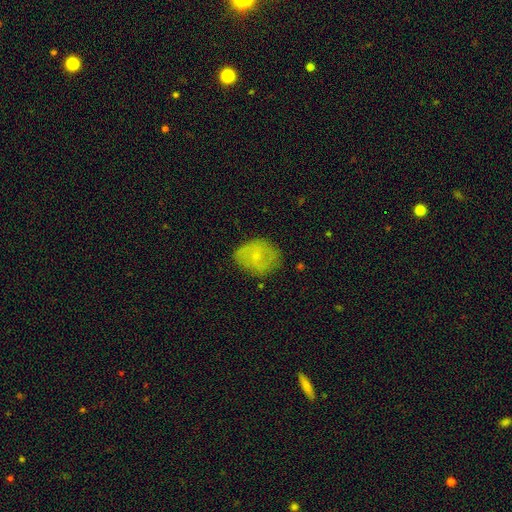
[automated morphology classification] type=smooth (55%); roundness=in between (54%); merging=none (66%).